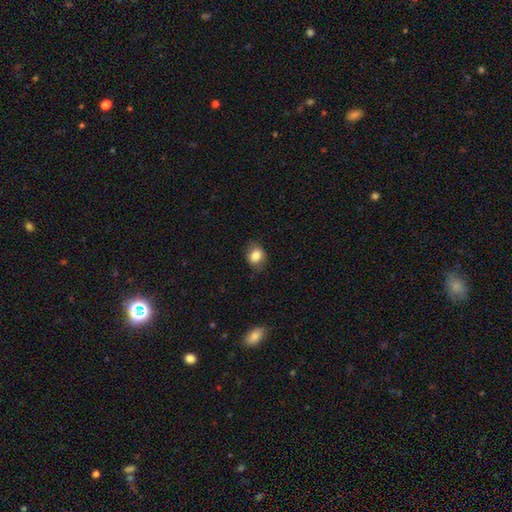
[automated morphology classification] Smooth or featured: smooth — 82% (star or artifact — 9%)
How rounded: round — 51% (in between — 48%)
Merging: none — 77% (minor disturbance — 17%)